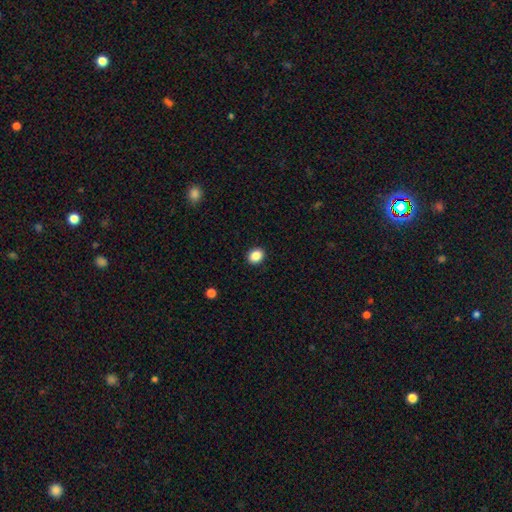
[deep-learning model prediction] A smooth galaxy with no disk features (87%) that is in between round and cigar-shaped (53%). Merging: none (91%).